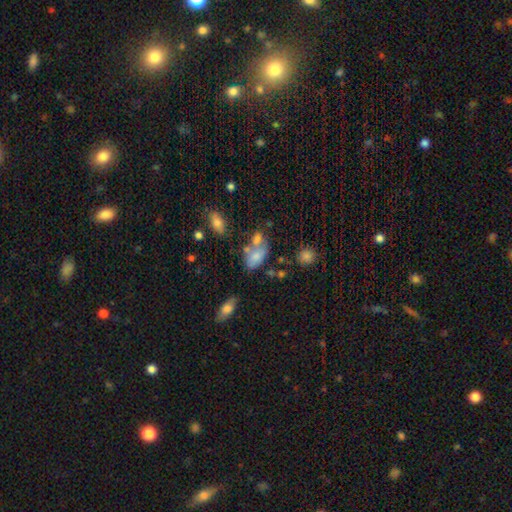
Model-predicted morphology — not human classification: smooth 69%, featured or disk 20%, star or artifact 11%. Down the decision tree: how rounded — in between (89%); merging — merger (35%, tied with none).